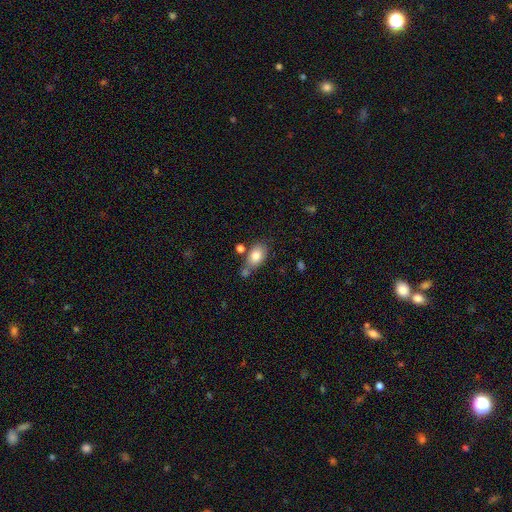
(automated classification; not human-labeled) The model was most divided on "merging": none: 58%, merger: 19%, minor disturbance: 18%, major disturbance: 5%. More confident: how rounded — in between (84%); smooth or featured — smooth (81%).